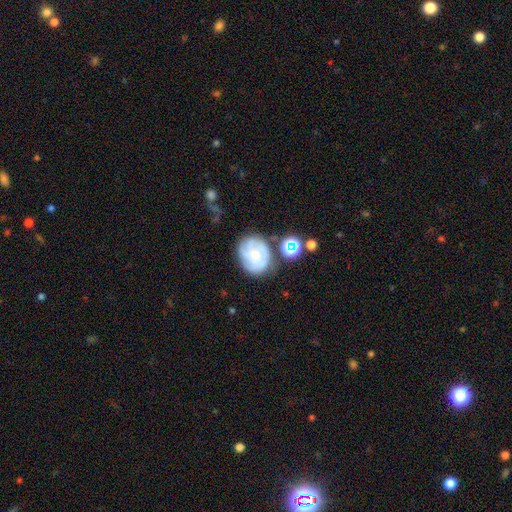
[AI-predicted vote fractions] Overall: featured or disk (54%; smooth 36%). Edge-on disk: no (97%). Bar: no (79%). Spiral arms: yes (74%). Bulge size: small (62%; moderate 31%). Merging: none (60%; minor disturbance 23%).